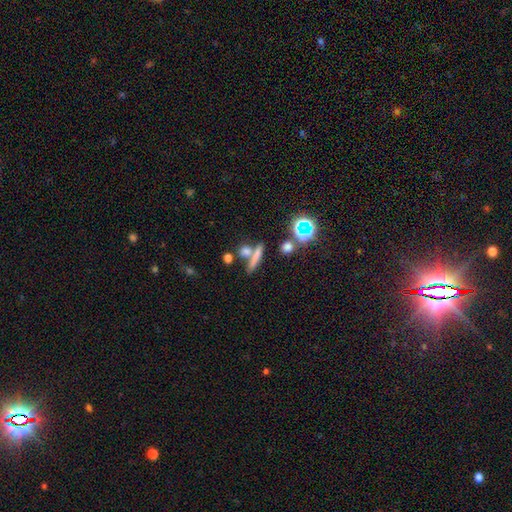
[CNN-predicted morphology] Smooth or featured? smooth (65%)
How rounded? cigar-shaped (67%)
Merging? none (61%)